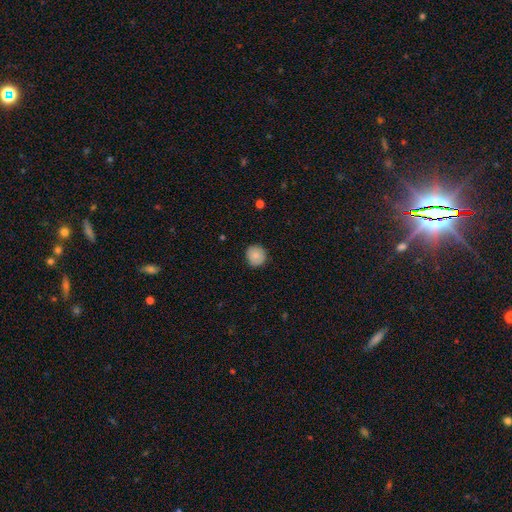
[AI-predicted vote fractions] This appears to be a smooth galaxy with no disk features (81%) that is round (92%). Merging: none (87%).